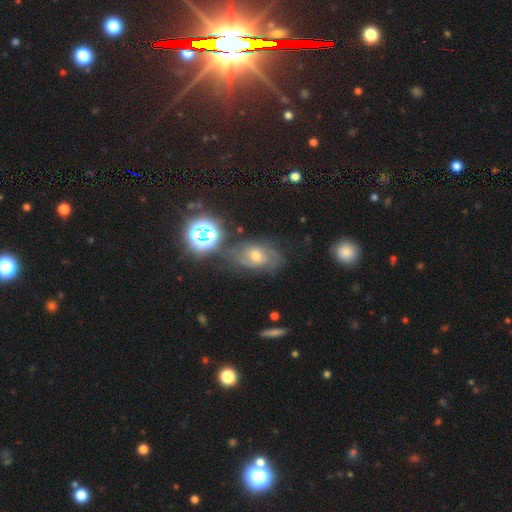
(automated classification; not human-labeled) Morphology: type=featured or disk (57%); edge-on=no (95%); bar=no (58%); spiral arms=yes (87%); bulge=moderate (61%); merging=none (60%).